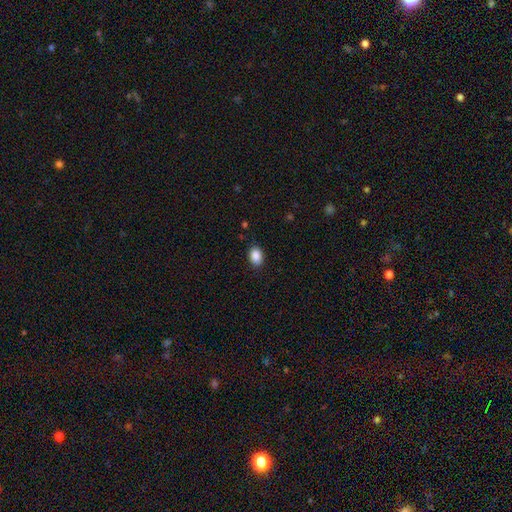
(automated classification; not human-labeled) smooth 88%, star or artifact 8%, featured or disk 3%. Down the decision tree: how rounded — in between (80%); merging — none (86%).